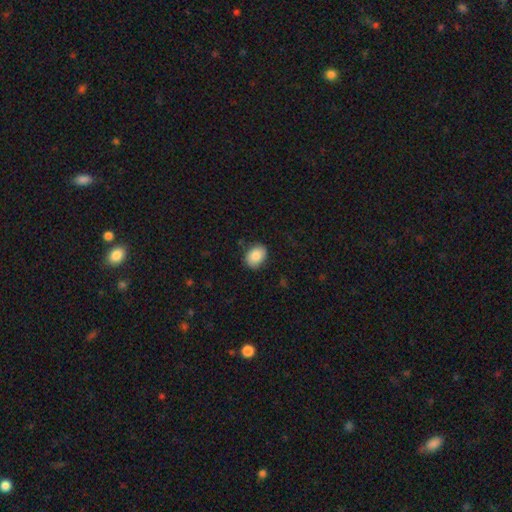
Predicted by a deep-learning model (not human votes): Smooth or featured? smooth (86%)
How rounded? in between (69%)
Merging? none (85%)